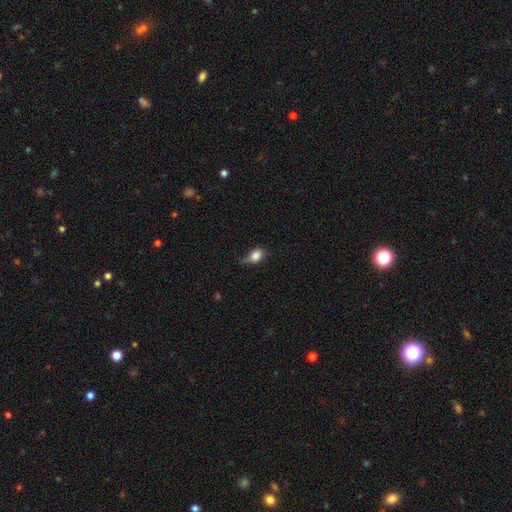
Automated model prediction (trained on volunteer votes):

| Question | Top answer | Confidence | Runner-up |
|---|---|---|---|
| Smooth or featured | smooth | 81% | featured or disk (10%) |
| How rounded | in between | 72% | round (25%) |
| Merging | none | 42% | minor disturbance (41%) |